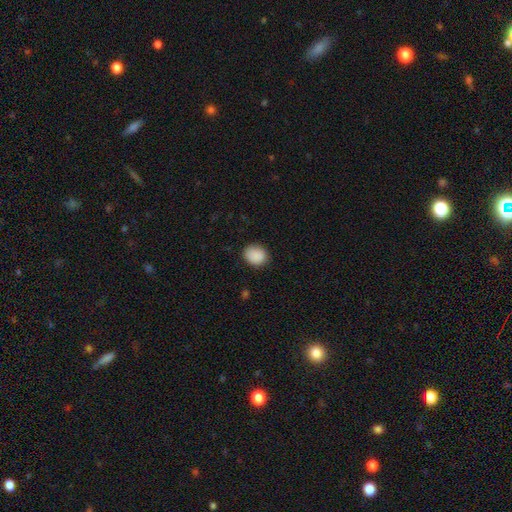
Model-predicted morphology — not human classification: Smooth or featured? smooth (89%)
How rounded? round (65%)
Merging? none (84%)